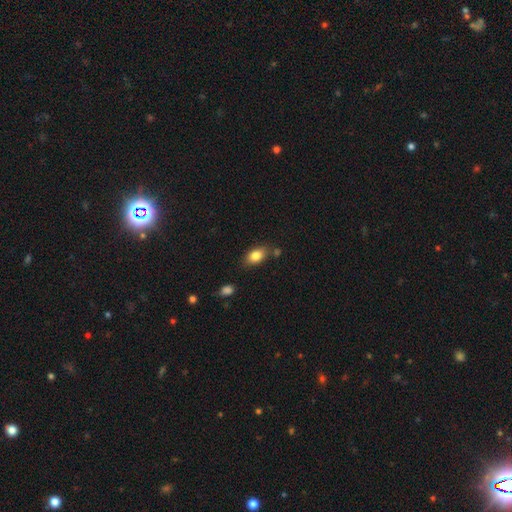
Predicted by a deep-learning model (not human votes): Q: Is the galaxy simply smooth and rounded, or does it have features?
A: smooth — 83%.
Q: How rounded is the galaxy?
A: in between — 86%.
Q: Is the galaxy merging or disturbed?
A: none — 74%.